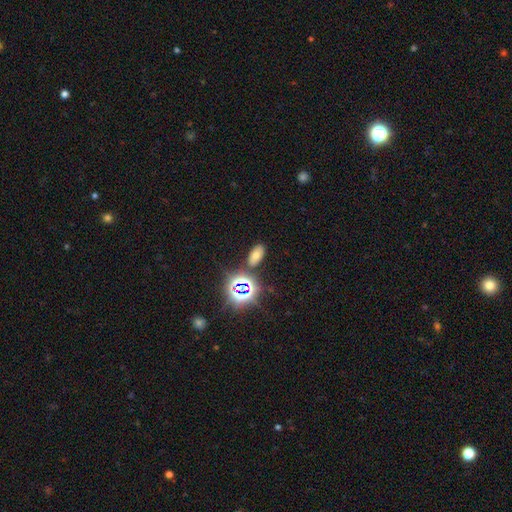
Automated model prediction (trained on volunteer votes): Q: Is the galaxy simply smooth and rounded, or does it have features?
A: smooth — 56%.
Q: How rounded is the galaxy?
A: in between — 89%.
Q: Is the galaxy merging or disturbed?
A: none — 83%.